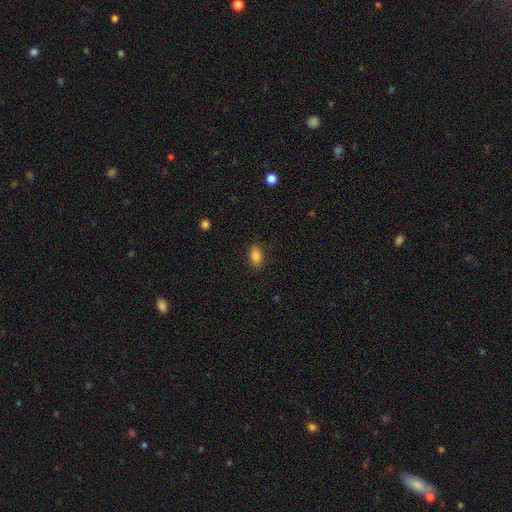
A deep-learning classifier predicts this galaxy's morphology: Smooth or featured? Predicted: smooth (p=0.87). How rounded? Predicted: in between (p=0.90). Merging? Predicted: none (p=0.86).